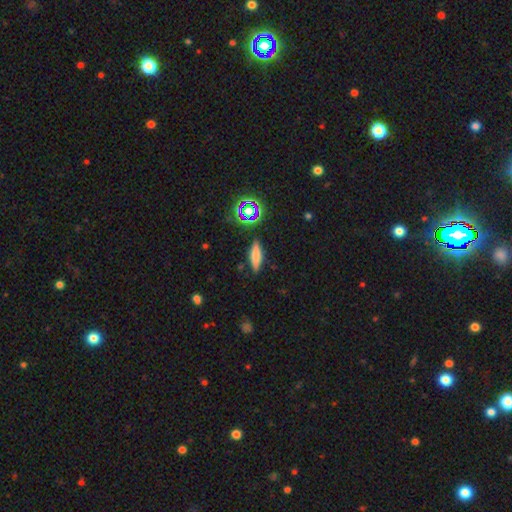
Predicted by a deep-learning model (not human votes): A smooth galaxy with no disk features (65%) that is cigar-shaped (63%).

Vote fractions:
- Smooth or featured? smooth: 65% / featured or disk: 22% / star or artifact: 14%
- How rounded? cigar-shaped: 63% / in between: 33% / round: 4%
- Merging? none: 84% / minor disturbance: 11% / major disturbance: 3% / merger: 3%